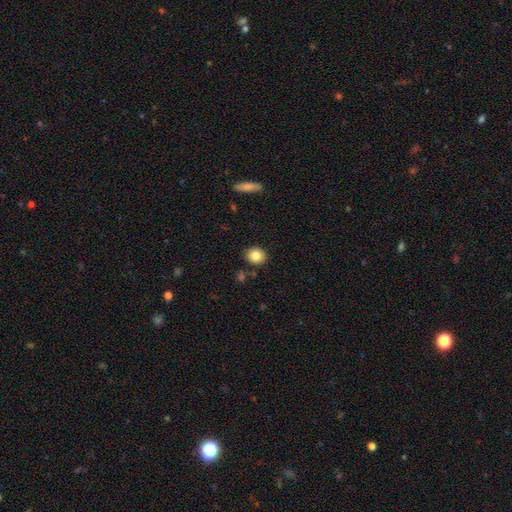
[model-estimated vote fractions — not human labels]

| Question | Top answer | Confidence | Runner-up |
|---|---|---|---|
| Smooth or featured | smooth | 82% | star or artifact (9%) |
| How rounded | round | 68% | in between (31%) |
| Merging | none | 87% | minor disturbance (8%) |